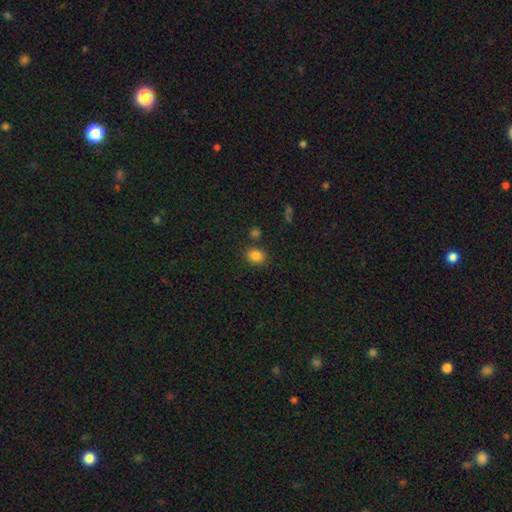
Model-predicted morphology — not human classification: A smooth galaxy with no disk features (84%) that is round (50%). Merging: none (80%).